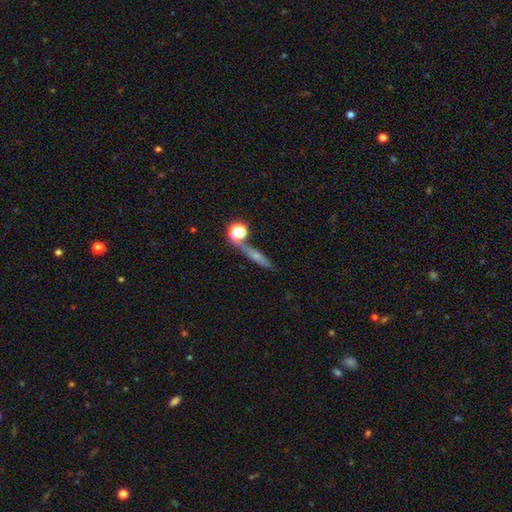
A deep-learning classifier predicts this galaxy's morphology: smooth 44%, featured or disk 39%, star or artifact 17%. Down the decision tree: merging — none (70%).